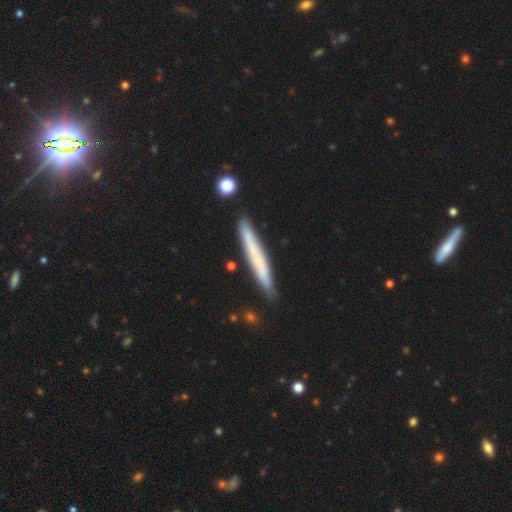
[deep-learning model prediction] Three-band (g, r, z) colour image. It shows a smooth galaxy with no disk features (53%) that is cigar-shaped (96%). Merging: none (84%).